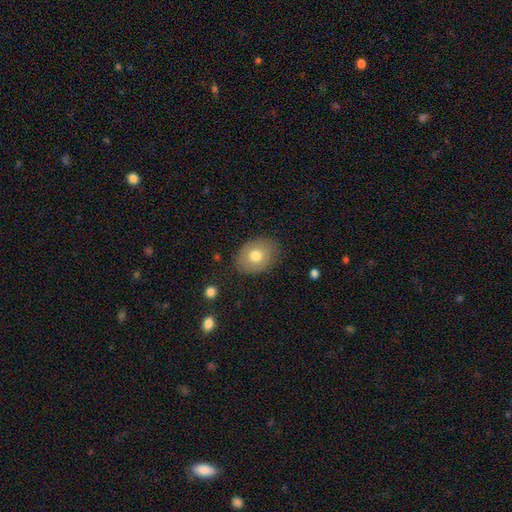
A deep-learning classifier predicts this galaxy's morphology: This is likely a smooth galaxy (73%). How rounded: likely in between (66%). Merging: clearly none (81%).